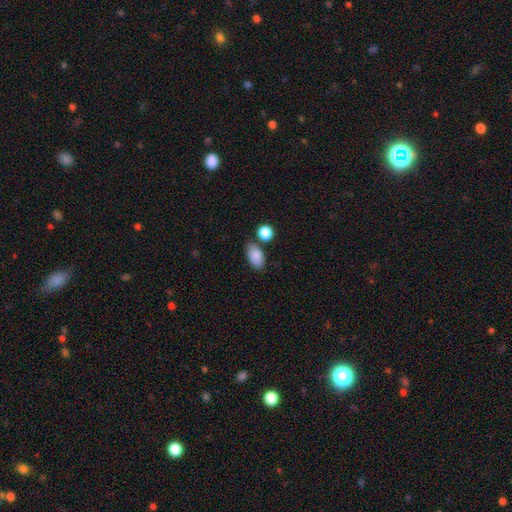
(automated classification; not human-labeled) Smooth or featured? Predicted: smooth (p=0.86). How rounded? Predicted: in between (p=0.92). Merging? Predicted: none (p=0.74).